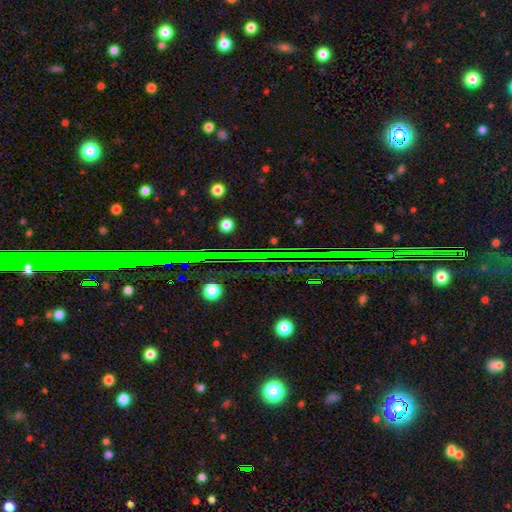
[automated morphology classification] A star or artifact, not a galaxy (73%).

Vote fractions:
- Smooth or featured? star or artifact: 73% / featured or disk: 14% / smooth: 13%